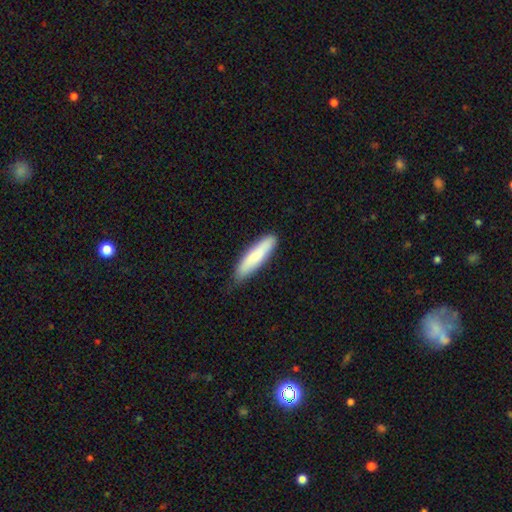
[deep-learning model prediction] Smooth or featured?
  - smooth: 80% *
  - featured or disk: 15%
  - star or artifact: 5%
How rounded?
  - cigar-shaped: 80% *
  - in between: 19%
  - round: 1%
Merging?
  - none: 77% *
  - minor disturbance: 19%
  - major disturbance: 2%
  - merger: 1%